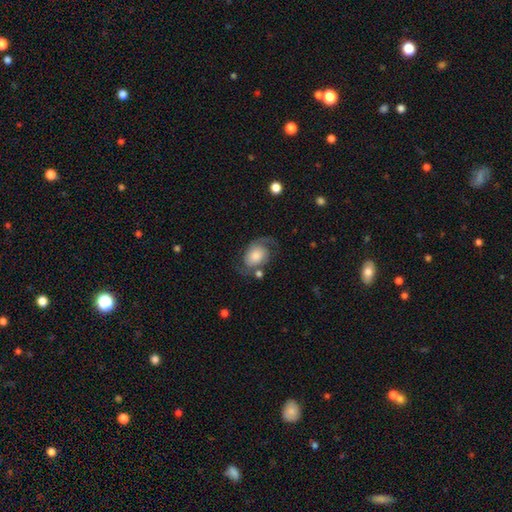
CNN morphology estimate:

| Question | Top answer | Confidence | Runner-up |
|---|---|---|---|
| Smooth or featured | featured or disk | 67% | smooth (26%) |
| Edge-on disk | no | 97% | yes (3%) |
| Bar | no | 73% | weak (22%) |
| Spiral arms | yes | 93% | no (7%) |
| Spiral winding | loose | 42% | tied: medium (42%) |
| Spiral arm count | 2 | 90% | 1 (4%) |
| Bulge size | large | 30% | moderate (27%) |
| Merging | none | 62% | minor disturbance (21%) |